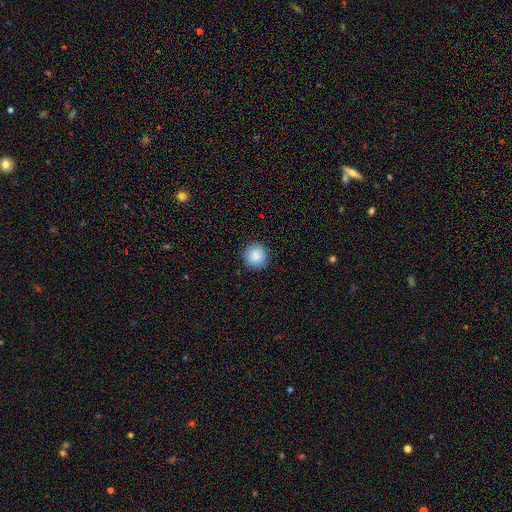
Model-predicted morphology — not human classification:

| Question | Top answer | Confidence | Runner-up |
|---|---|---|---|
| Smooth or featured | smooth | 88% | star or artifact (8%) |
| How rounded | round | 94% | in between (5%) |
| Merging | none | 90% | minor disturbance (7%) |